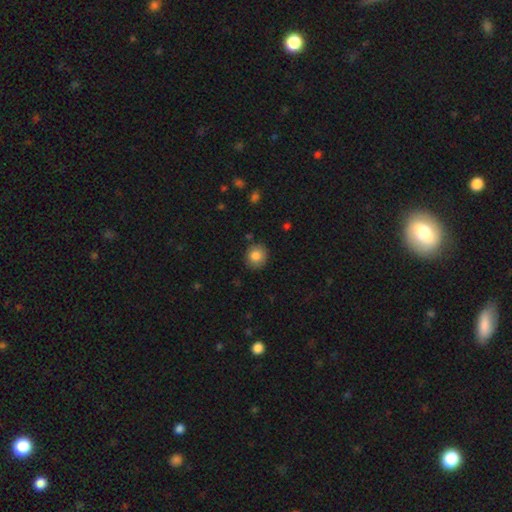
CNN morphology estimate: A smooth galaxy with no disk features (84%) that is round (86%).

Vote fractions:
- Smooth or featured? smooth: 84% / star or artifact: 9% / featured or disk: 7%
- How rounded? round: 86% / in between: 13% / cigar-shaped: 1%
- Merging? none: 87% / minor disturbance: 10% / major disturbance: 2% / merger: 2%